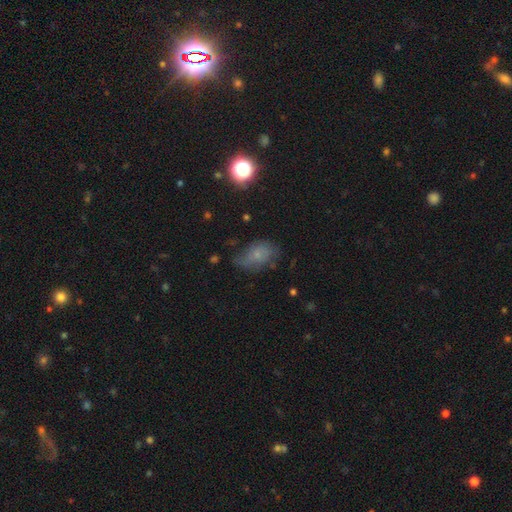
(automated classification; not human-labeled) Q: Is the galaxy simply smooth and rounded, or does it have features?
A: smooth — 60%.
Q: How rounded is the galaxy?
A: in between — 83%.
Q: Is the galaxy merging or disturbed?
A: none — 46%.